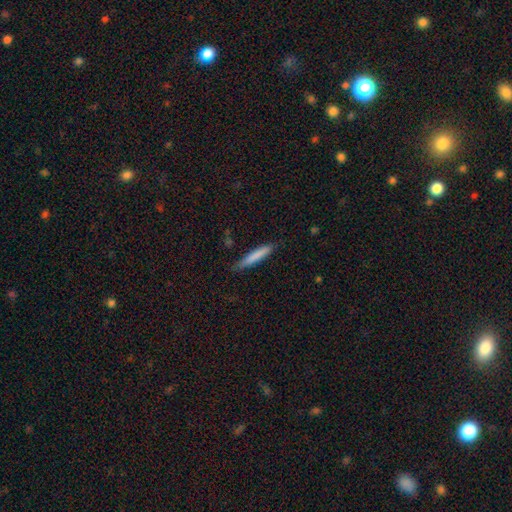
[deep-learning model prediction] Smooth or featured? Predicted: smooth (p=0.79). How rounded? Predicted: cigar-shaped (p=0.92). Merging? Predicted: none (p=0.82).